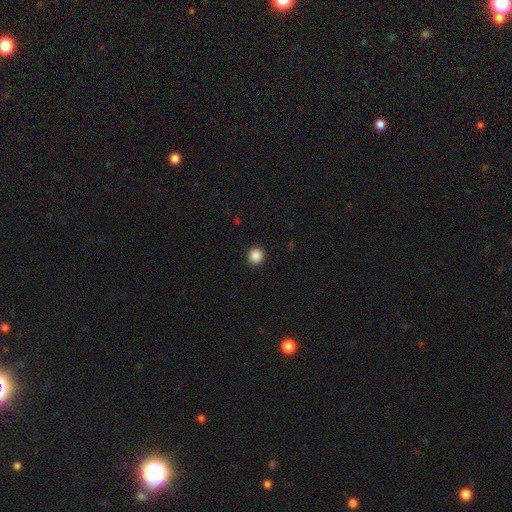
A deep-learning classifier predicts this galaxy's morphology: A smooth galaxy with no disk features (88%) that is round (89%).

Vote fractions:
- Smooth or featured? smooth: 88% / star or artifact: 10% / featured or disk: 2%
- How rounded? round: 89% / in between: 10% / cigar-shaped: 1%
- Merging? none: 92% / minor disturbance: 5% / major disturbance: 2% / merger: 1%